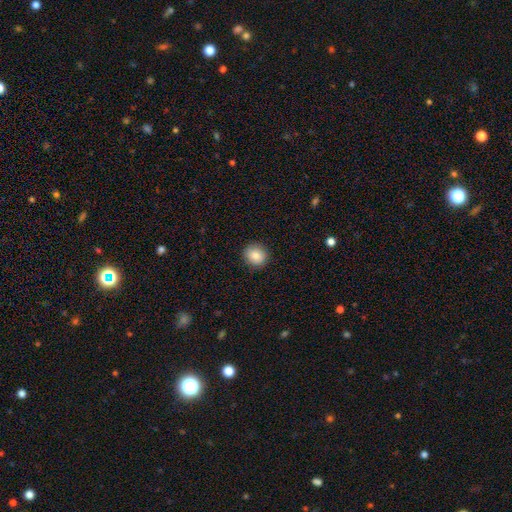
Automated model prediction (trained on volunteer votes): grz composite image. It shows a smooth galaxy with no disk features (83%) that is round (87%). Merging: none (90%).